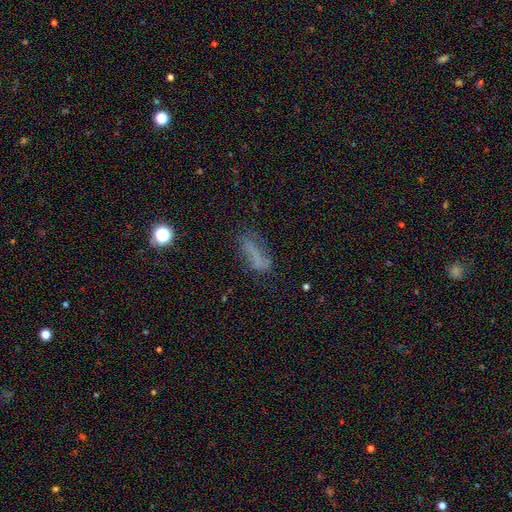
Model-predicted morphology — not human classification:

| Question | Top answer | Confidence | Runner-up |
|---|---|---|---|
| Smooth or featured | smooth | 52% | featured or disk (28%) |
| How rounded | cigar-shaped | 49% | in between (47%) |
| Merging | none | 54% | minor disturbance (25%) |